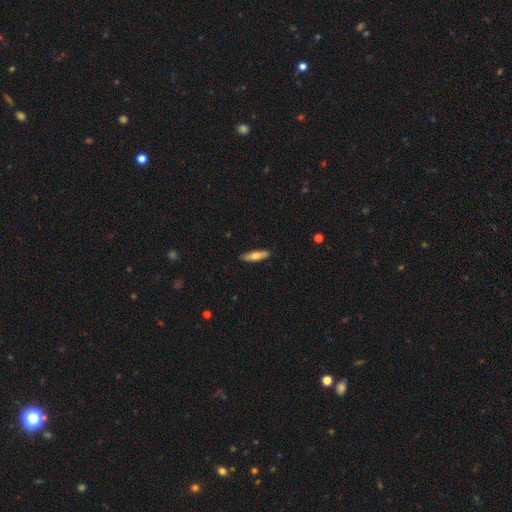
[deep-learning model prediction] A smooth galaxy with no disk features (66%) that is cigar-shaped (70%). Merging: none (88%).